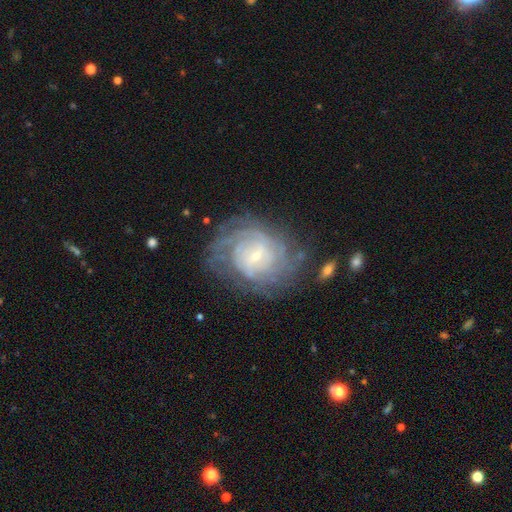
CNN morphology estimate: Q: Smooth or featured?
A: featured or disk (83%); runner-up: smooth (11%)
Q: Edge-on disk?
A: no (97%); runner-up: yes (3%)
Q: Bar?
A: weak (50%); runner-up: no (37%)
Q: Spiral arms?
A: yes (93%); runner-up: no (7%)
Q: Spiral winding?
A: tight (70%); runner-up: medium (24%)
Q: Spiral arm count?
A: can't tell (44%); runner-up: 4 (17%)
Q: Bulge size?
A: small (76%); runner-up: moderate (18%)
Q: Merging?
A: none (70%); runner-up: minor disturbance (18%)